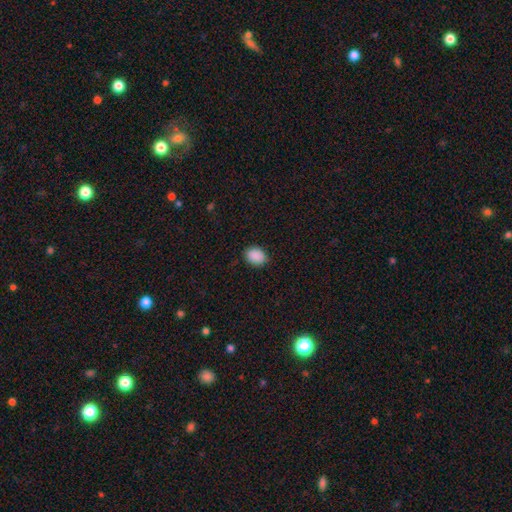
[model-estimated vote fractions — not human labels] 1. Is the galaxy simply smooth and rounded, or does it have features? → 89% smooth, 8% star or artifact, 3% featured or disk.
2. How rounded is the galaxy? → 62% in between, 37% round, 1% cigar-shaped.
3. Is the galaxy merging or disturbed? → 86% none, 11% minor disturbance, 2% major disturbance, 1% merger.